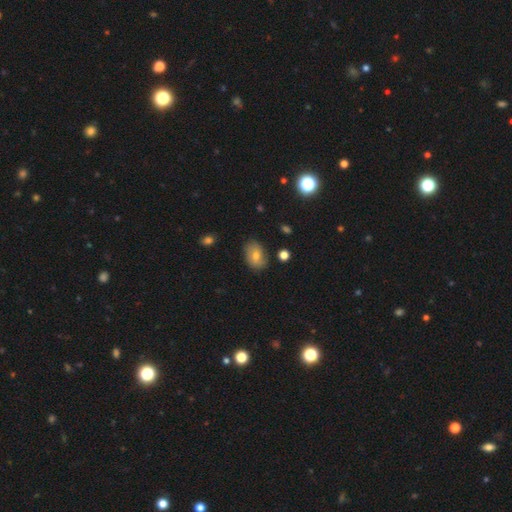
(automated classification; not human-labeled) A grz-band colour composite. It shows a smooth galaxy with no disk features (64%) that is in between round and cigar-shaped (79%). Merging: none (75%).